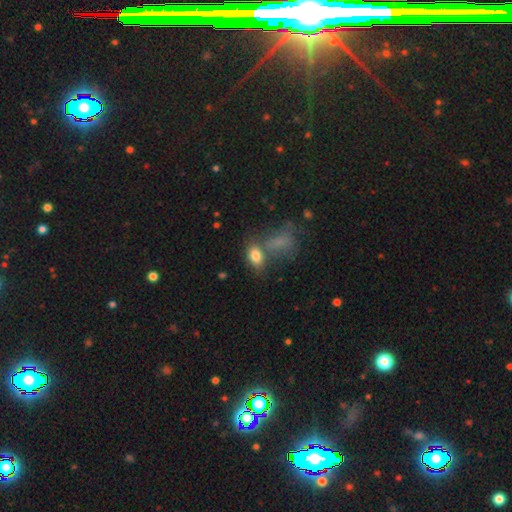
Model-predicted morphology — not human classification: Smooth or featured: smooth — 80% (featured or disk — 10%)
How rounded: in between — 84% (round — 14%)
Merging: none — 45% (merger — 32%)